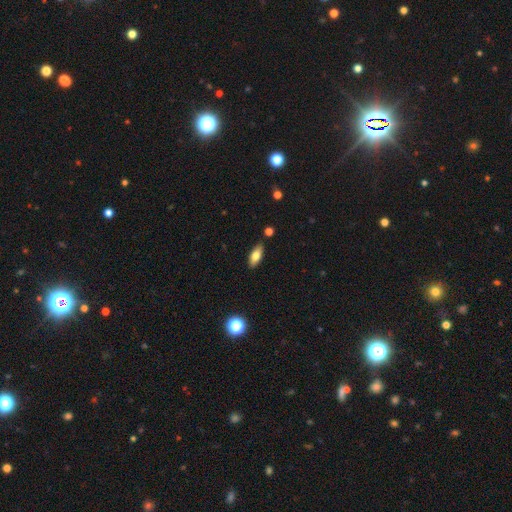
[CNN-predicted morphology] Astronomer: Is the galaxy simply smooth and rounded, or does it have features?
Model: smooth — 76%.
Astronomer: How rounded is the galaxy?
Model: in between — 79%.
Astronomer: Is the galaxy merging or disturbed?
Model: none — 85%.